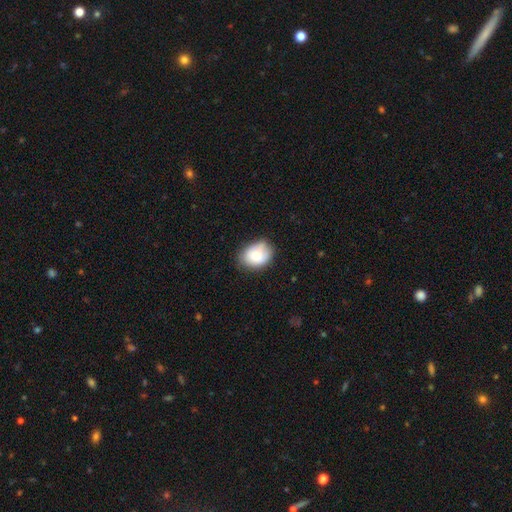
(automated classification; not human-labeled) Smooth or featured?
  - smooth: 80% *
  - featured or disk: 13%
  - star or artifact: 8%
How rounded?
  - in between: 63% *
  - round: 36%
  - cigar-shaped: 1%
Merging?
  - none: 69% *
  - minor disturbance: 26%
  - major disturbance: 4%
  - merger: 1%